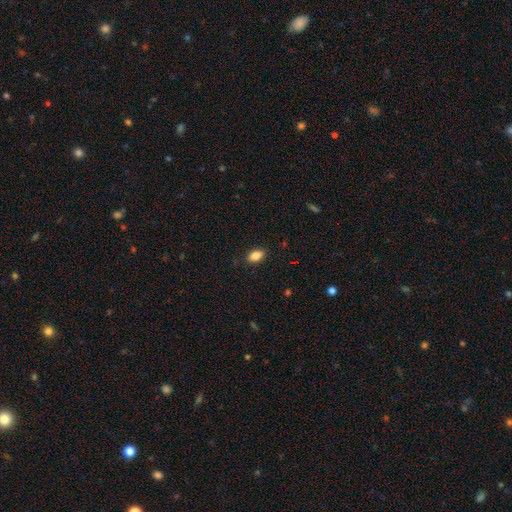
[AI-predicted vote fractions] A smooth galaxy with no disk features (86%) that is in between round and cigar-shaped (90%). Merging: none (87%).